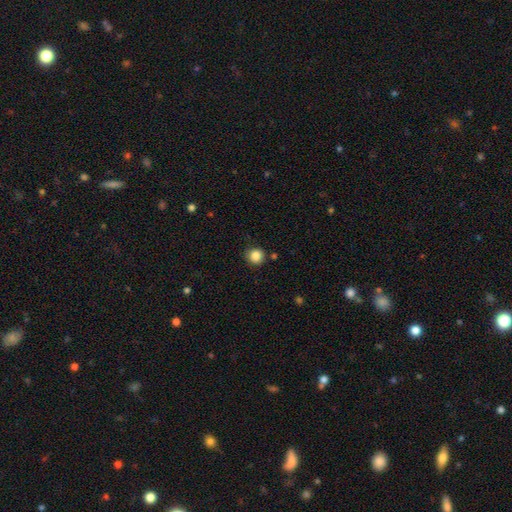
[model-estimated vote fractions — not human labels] A smooth galaxy with no disk features (86%) that is round (92%).

Vote fractions:
- Smooth or featured? smooth: 86% / star or artifact: 10% / featured or disk: 4%
- How rounded? round: 92% / in between: 7% / cigar-shaped: 1%
- Merging? none: 85% / minor disturbance: 10% / merger: 3% / major disturbance: 2%